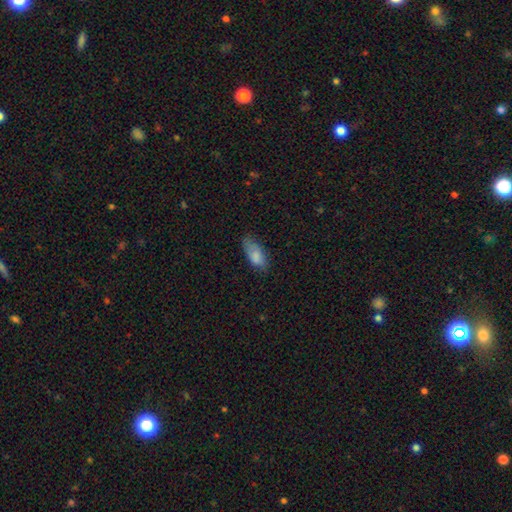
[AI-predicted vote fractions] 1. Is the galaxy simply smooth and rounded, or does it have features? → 81% smooth, 13% featured or disk, 7% star or artifact.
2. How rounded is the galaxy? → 87% in between, 11% cigar-shaped, 2% round.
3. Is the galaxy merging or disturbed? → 66% none, 26% minor disturbance, 6% major disturbance, 1% merger.